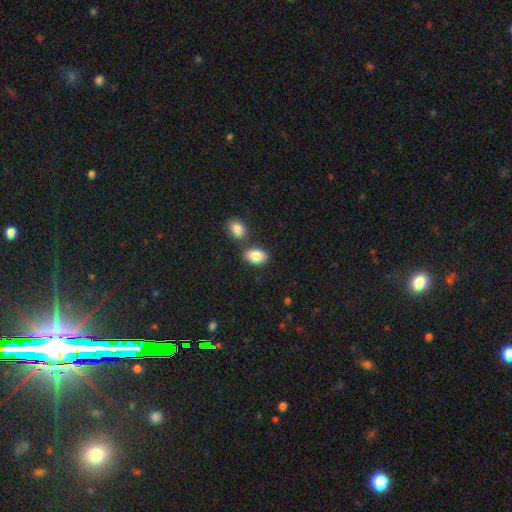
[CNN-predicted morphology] smooth-or-featured: smooth: 86% | featured or disk: 7% | star or artifact: 7%
  how-rounded: in between: 91% | round: 7% | cigar-shaped: 1%
  merging: none: 69% | merger: 18% | minor disturbance: 11% | major disturbance: 3%